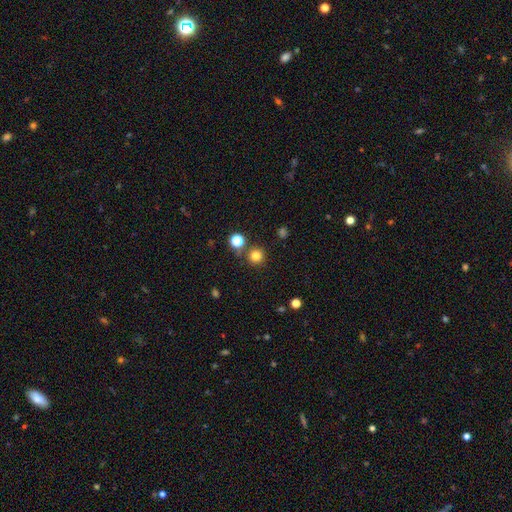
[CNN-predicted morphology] Smooth or featured? Predicted: smooth (p=0.80). How rounded? Predicted: round (p=0.95). Merging? Predicted: none (p=0.84).